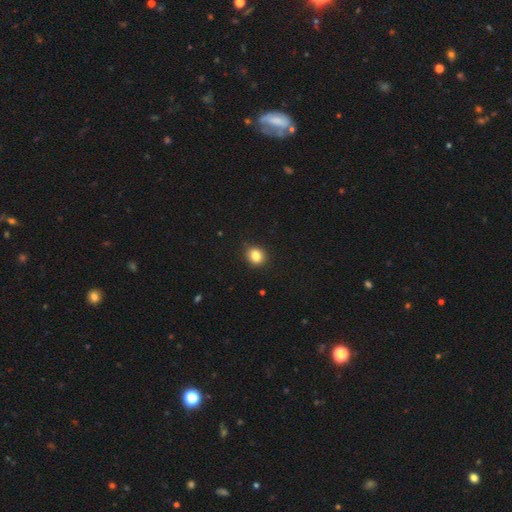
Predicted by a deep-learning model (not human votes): A smooth galaxy with no disk features (83%) that is round (66%).

Vote fractions:
- Smooth or featured? smooth: 83% / star or artifact: 11% / featured or disk: 6%
- How rounded? round: 66% / in between: 33% / cigar-shaped: 1%
- Merging? none: 83% / minor disturbance: 13% / major disturbance: 2% / merger: 1%